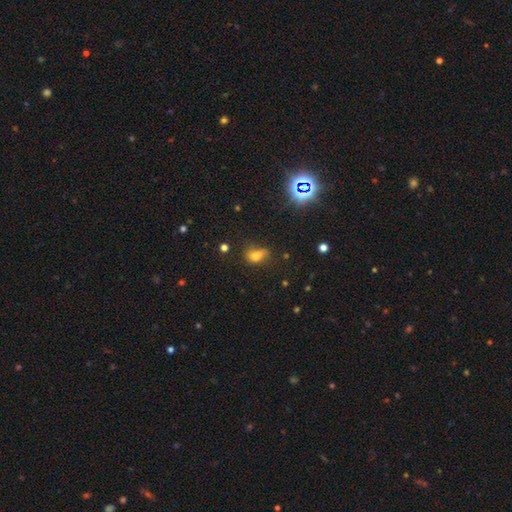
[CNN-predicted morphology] smooth_or_featured: smooth (p=0.65) [alt: star or artifact p=0.20]
how_rounded: in between (p=0.71) [alt: round p=0.25]
merging: none (p=0.37) [alt: minor disturbance p=0.30]